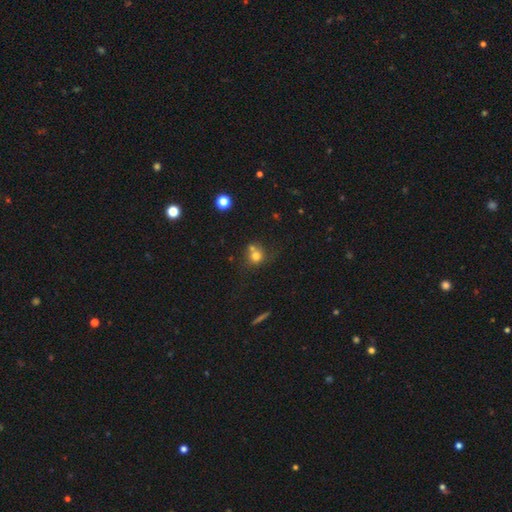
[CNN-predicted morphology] Smooth or featured? Predicted: smooth (p=0.73). How rounded? Predicted: round (p=0.84). Merging? Predicted: none (p=0.47).